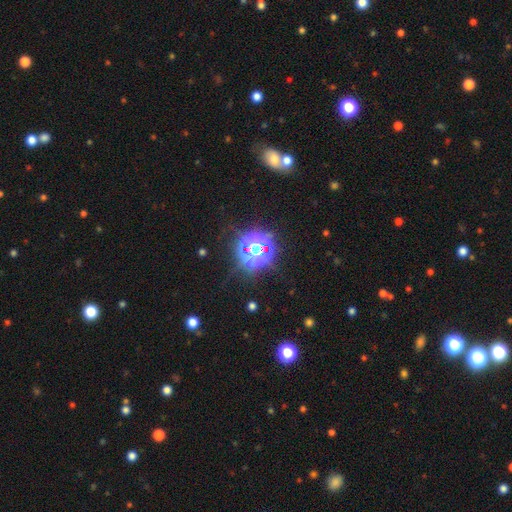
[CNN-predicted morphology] This is likely a star or artifact rather than a galaxy (78%).